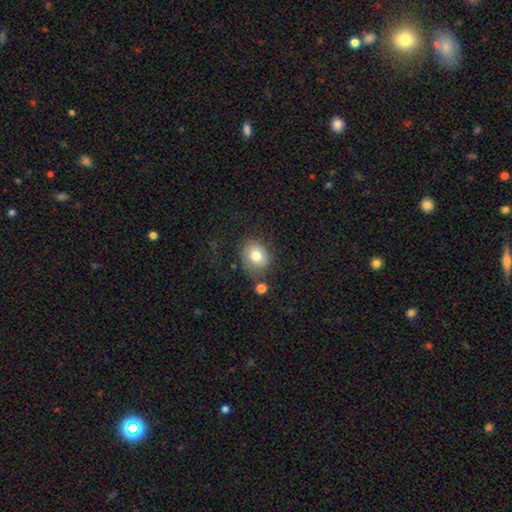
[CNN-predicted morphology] Smooth or featured? smooth (79%)
How rounded? round (65%)
Merging? none (69%)